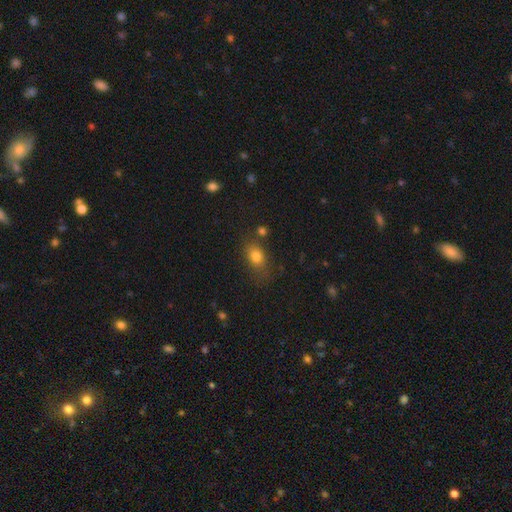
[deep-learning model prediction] Smooth or featured? Predicted: smooth (p=0.78). How rounded? Predicted: in between (p=0.73). Merging? Predicted: none (p=0.64).